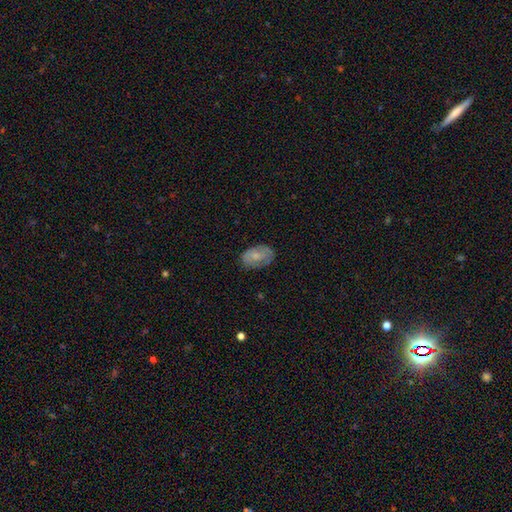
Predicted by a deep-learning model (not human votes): This is likely a smooth galaxy (66%). How rounded: clearly in between (87%). Merging: likely none (74%).